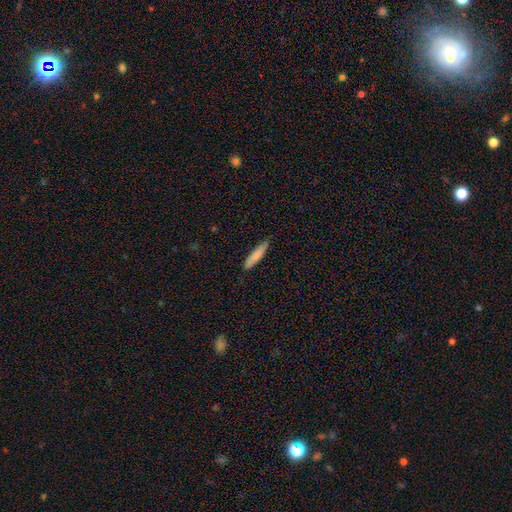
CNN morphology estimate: The model was most divided on "smooth or featured": smooth: 82%, featured or disk: 12%, star or artifact: 6%. More confident: how rounded — cigar-shaped (85%); merging — none (84%).